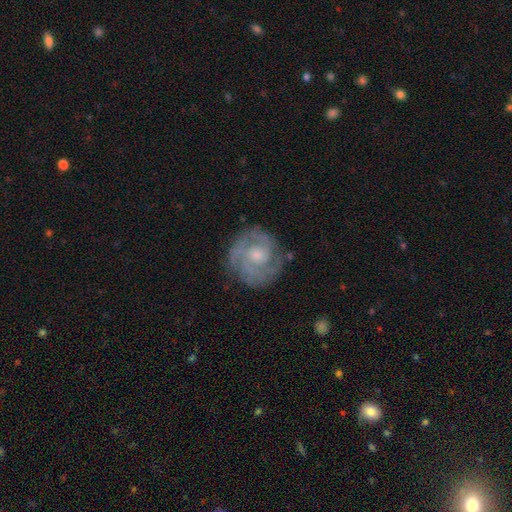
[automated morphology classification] featured or disk 79%, smooth 15%, star or artifact 6%. Down the decision tree: edge-on disk — no (98%); bar — no (73%); spiral arms — yes (92%); spiral arm count — 2 (35%); spiral winding — tight (61%); bulge size — small (56%); merging — none (74%).